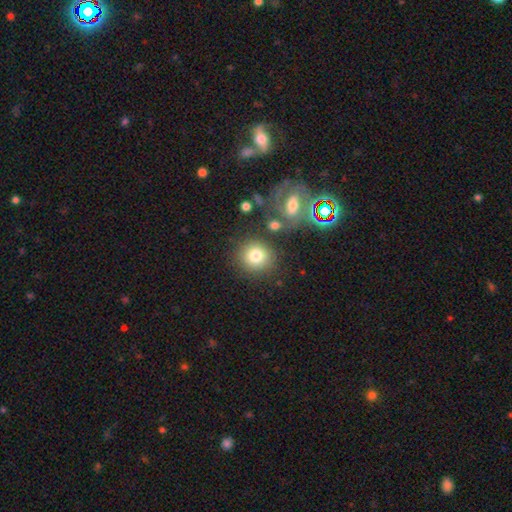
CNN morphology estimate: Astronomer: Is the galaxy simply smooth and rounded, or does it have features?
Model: smooth — 79%.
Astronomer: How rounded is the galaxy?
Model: round — 86%.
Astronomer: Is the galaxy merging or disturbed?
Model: none — 78%.